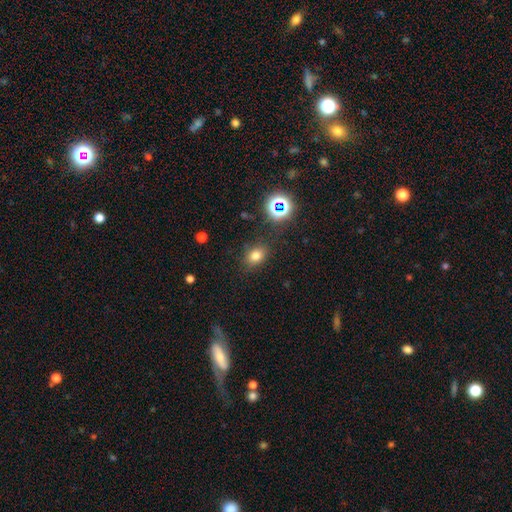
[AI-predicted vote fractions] smooth-or-featured: smooth: 74% | star or artifact: 19% | featured or disk: 8%
  how-rounded: in between: 59% | round: 40% | cigar-shaped: 1%
  merging: none: 82% | minor disturbance: 12% | major disturbance: 4% | merger: 2%